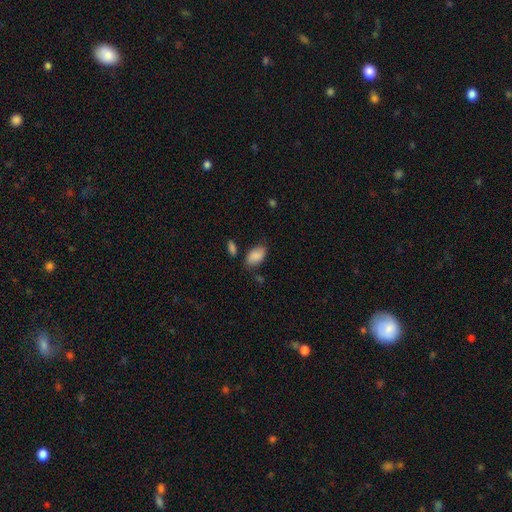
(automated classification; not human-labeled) Smooth or featured?
  - smooth: 87% *
  - star or artifact: 7%
  - featured or disk: 6%
How rounded?
  - in between: 93% *
  - round: 5%
  - cigar-shaped: 2%
Merging?
  - none: 69% *
  - minor disturbance: 21%
  - major disturbance: 5%
  - merger: 5%